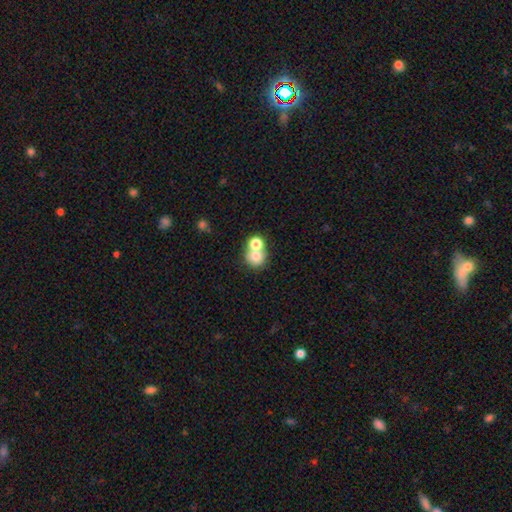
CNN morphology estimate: Smooth or featured? smooth (74%)
How rounded? round (82%)
Merging? merger (53%)